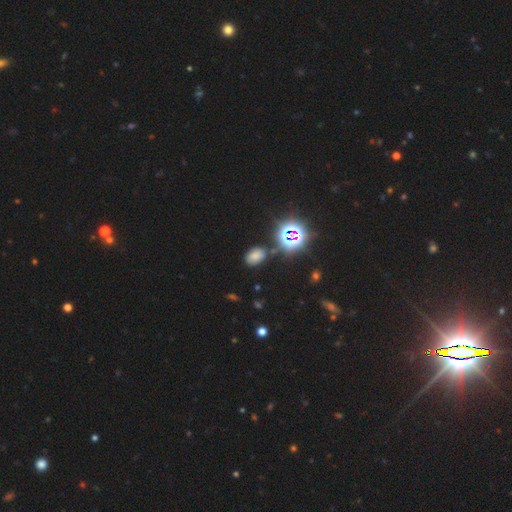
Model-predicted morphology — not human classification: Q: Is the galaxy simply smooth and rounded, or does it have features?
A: smooth — 59%.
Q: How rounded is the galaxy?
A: in between — 81%.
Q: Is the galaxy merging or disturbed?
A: none — 77%.